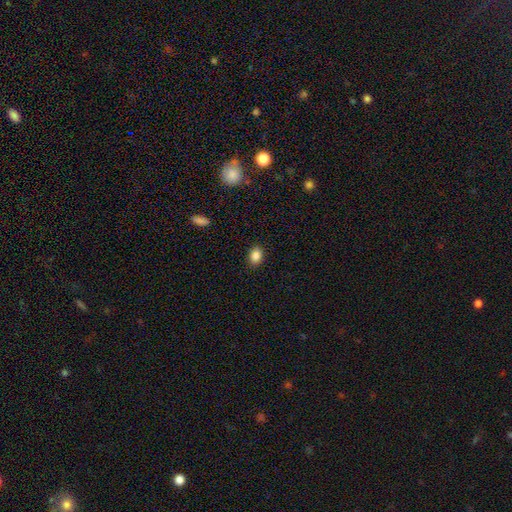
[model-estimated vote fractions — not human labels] A smooth galaxy with no disk features (86%) that is in between round and cigar-shaped (70%). Merging: none (89%).